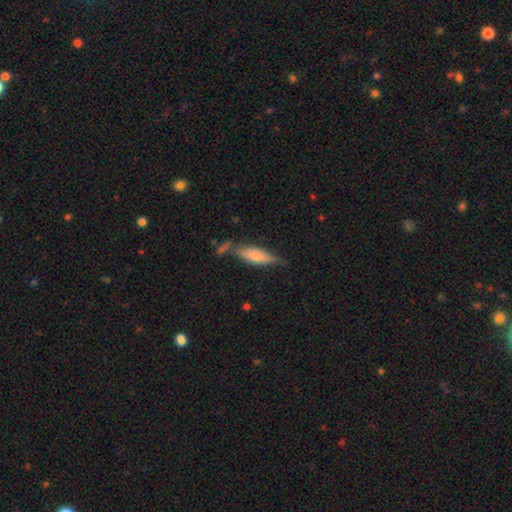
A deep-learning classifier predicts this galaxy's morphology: The model was most divided on "smooth or featured": smooth: 55%, featured or disk: 37%, star or artifact: 7%. More confident: merging — none (64%); how rounded — cigar-shaped (61%).